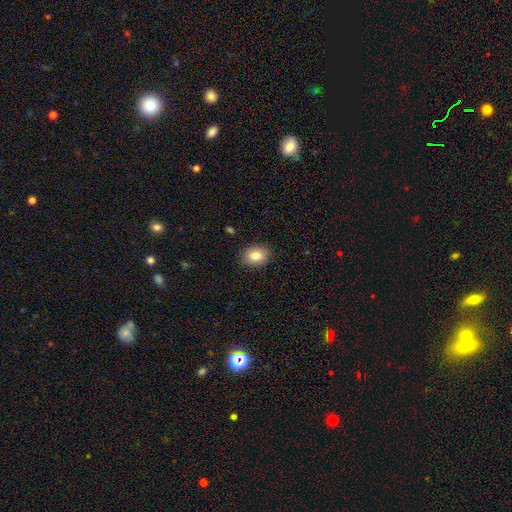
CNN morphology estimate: A smooth galaxy with no disk features (84%) that is in between round and cigar-shaped (71%).

Vote fractions:
- Smooth or featured? smooth: 84% / star or artifact: 8% / featured or disk: 8%
- How rounded? in between: 71% / round: 28% / cigar-shaped: 1%
- Merging? none: 88% / minor disturbance: 9% / major disturbance: 2% / merger: 1%